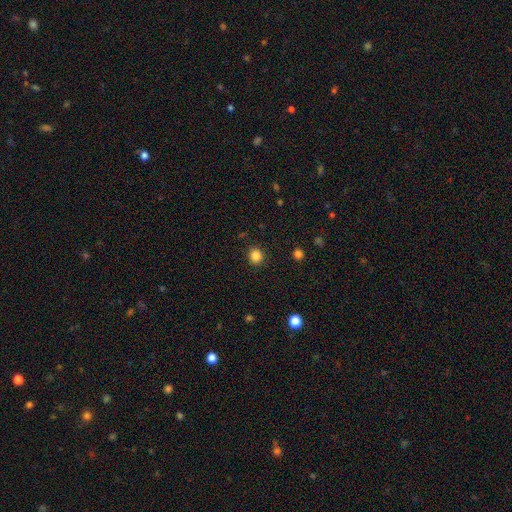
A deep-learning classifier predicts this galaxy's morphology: type=smooth (85%); roundness=round (87%); merging=none (90%).